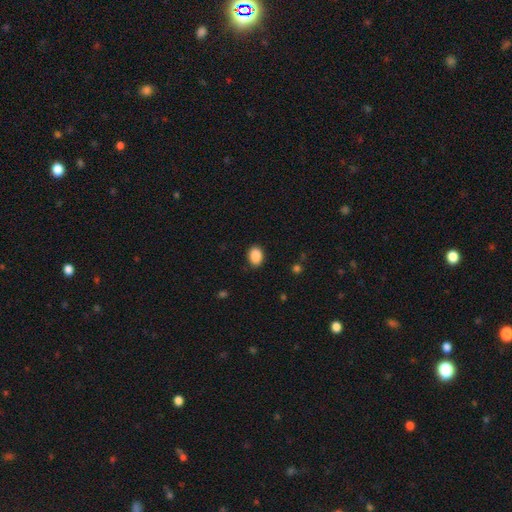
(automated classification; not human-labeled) smooth-or-featured: smooth: 89% | star or artifact: 8% | featured or disk: 3%
  how-rounded: in between: 73% | round: 26% | cigar-shaped: 1%
  merging: none: 88% | minor disturbance: 9% | major disturbance: 2% | merger: 1%